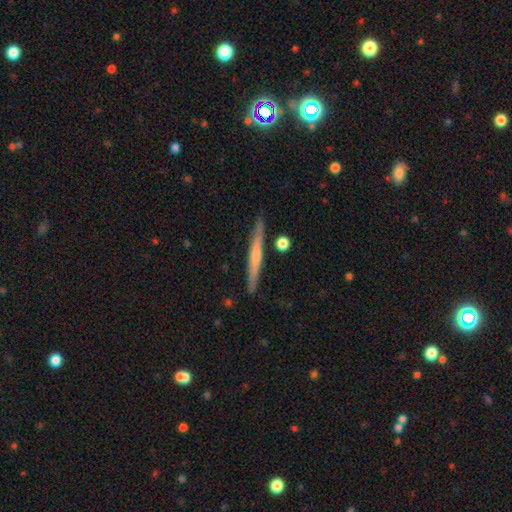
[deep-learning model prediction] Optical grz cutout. It shows a featured or disk galaxy (55%) viewed edge-on (96%) with no central bulge (54%). Merging: none (88%).